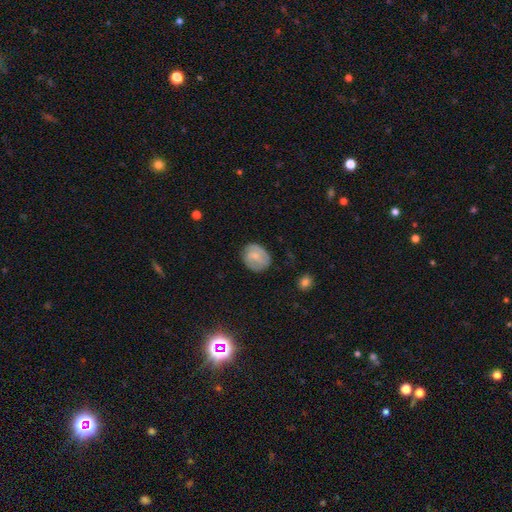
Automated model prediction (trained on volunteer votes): Q: Smooth or featured?
A: smooth (62%); runner-up: featured or disk (31%)
Q: How rounded?
A: round (62%); runner-up: in between (37%)
Q: Merging?
A: none (75%); runner-up: minor disturbance (19%)